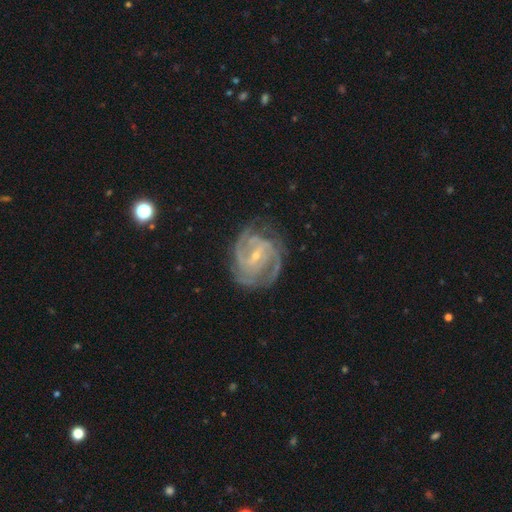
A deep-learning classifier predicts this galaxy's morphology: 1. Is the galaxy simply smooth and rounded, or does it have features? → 91% featured or disk, 5% star or artifact, 4% smooth.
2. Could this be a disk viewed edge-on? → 97% no, 3% yes.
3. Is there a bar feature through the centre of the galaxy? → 46% weak, 33% strong, 21% no.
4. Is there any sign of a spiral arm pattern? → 97% yes, 3% no.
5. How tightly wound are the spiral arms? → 60% tight, 35% medium, 5% loose.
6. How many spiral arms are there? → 30% 3, 26% 2, 17% can't tell, 16% 4, 6% more than 4, 6% 1.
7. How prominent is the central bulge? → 73% small, 24% moderate, 1% none, 1% large, 1% dominant.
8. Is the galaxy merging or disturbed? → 74% none, 17% minor disturbance, 7% major disturbance, 1% merger.